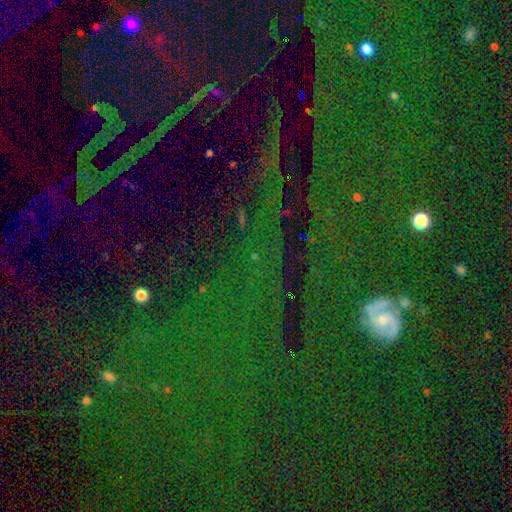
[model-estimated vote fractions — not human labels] Smooth or featured? star or artifact (77%)